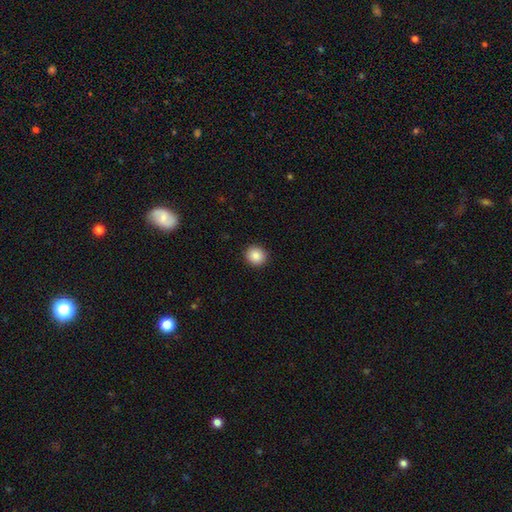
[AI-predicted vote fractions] smooth-or-featured: smooth: 87% | star or artifact: 9% | featured or disk: 5%
  how-rounded: round: 87% | in between: 12% | cigar-shaped: 1%
  merging: none: 93% | minor disturbance: 5% | major disturbance: 2% | merger: 1%